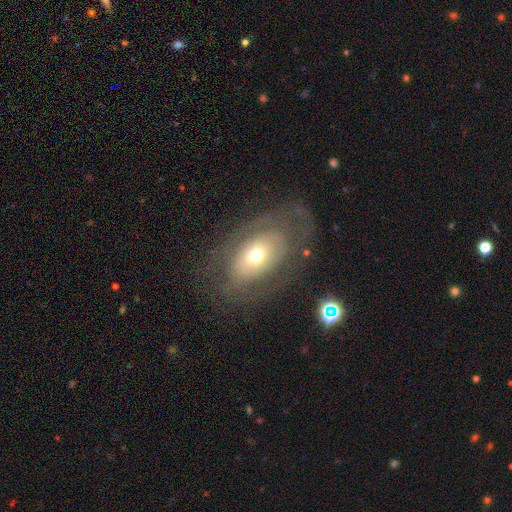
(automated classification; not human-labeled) Morphology: type=featured or disk (54%); edge-on=no (91%); merging=none (65%).